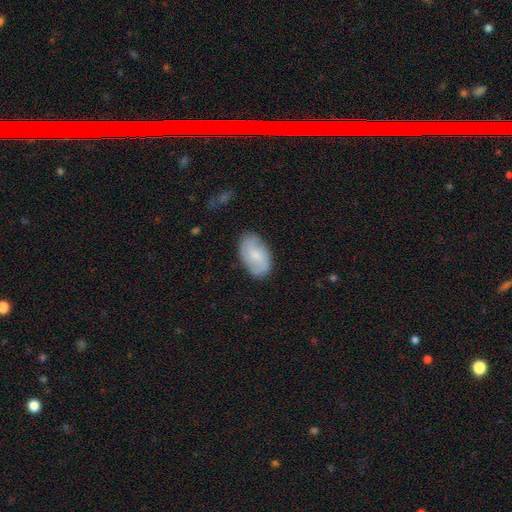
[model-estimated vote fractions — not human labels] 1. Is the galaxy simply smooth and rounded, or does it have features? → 63% smooth, 31% featured or disk, 7% star or artifact.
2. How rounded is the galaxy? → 93% in between, 6% round, 2% cigar-shaped.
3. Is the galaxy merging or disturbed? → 81% none, 15% minor disturbance, 3% major disturbance, 1% merger.